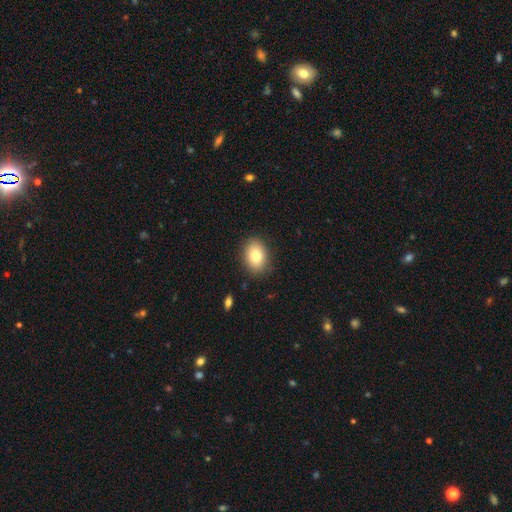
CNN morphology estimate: A smooth galaxy with no disk features (83%) that is in between round and cigar-shaped (77%).

Vote fractions:
- Smooth or featured? smooth: 83% / featured or disk: 9% / star or artifact: 8%
- How rounded? in between: 77% / round: 22% / cigar-shaped: 1%
- Merging? none: 86% / minor disturbance: 10% / major disturbance: 3% / merger: 1%